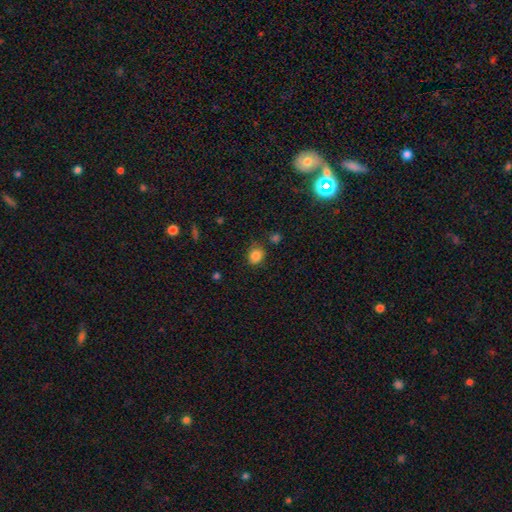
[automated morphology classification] Smooth or featured: smooth — 84% (star or artifact — 11%)
How rounded: round — 68% (in between — 31%)
Merging: none — 74% (minor disturbance — 18%)